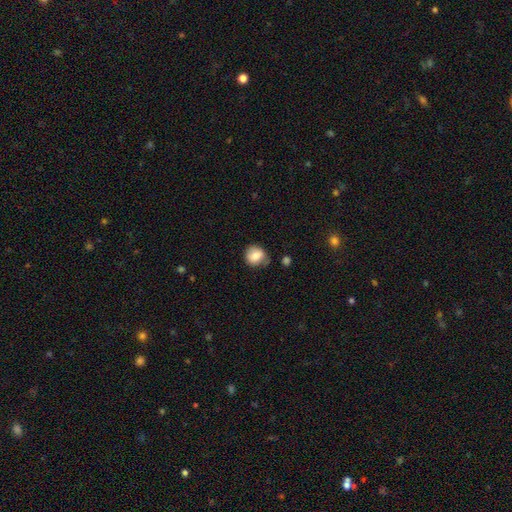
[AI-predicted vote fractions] smooth-or-featured: smooth: 80% | featured or disk: 12% | star or artifact: 9%
  how-rounded: round: 68% | in between: 30% | cigar-shaped: 1%
  merging: none: 63% | minor disturbance: 26% | major disturbance: 8% | merger: 4%